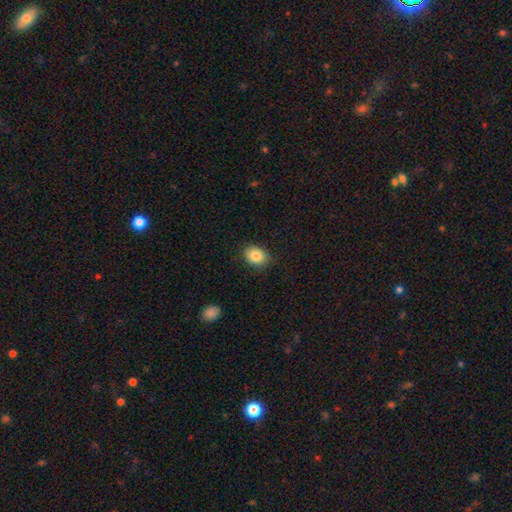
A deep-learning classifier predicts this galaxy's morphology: Smooth or featured?
  - smooth: 85% *
  - star or artifact: 8%
  - featured or disk: 6%
How rounded?
  - in between: 63% *
  - round: 36%
  - cigar-shaped: 1%
Merging?
  - none: 86% *
  - minor disturbance: 11%
  - major disturbance: 2%
  - merger: 1%